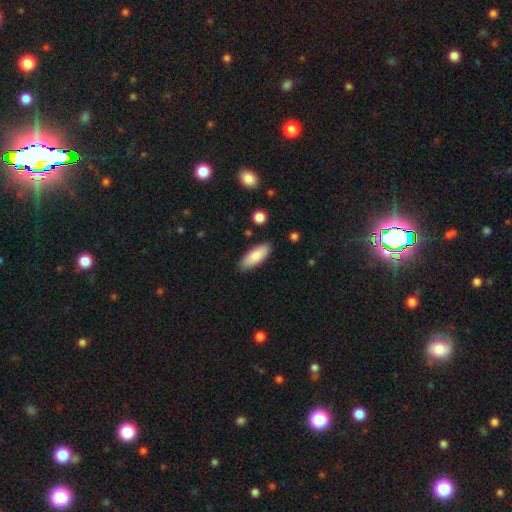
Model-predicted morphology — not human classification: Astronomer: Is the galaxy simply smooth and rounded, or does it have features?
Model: smooth — 87%.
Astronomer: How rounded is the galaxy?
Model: in between — 69%.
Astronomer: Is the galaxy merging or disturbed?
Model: none — 87%.